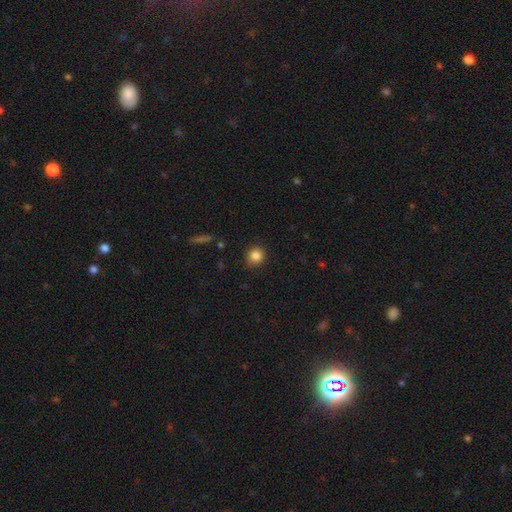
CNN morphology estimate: smooth 85%, star or artifact 10%, featured or disk 5%. Down the decision tree: how rounded — round (87%); merging — none (87%).